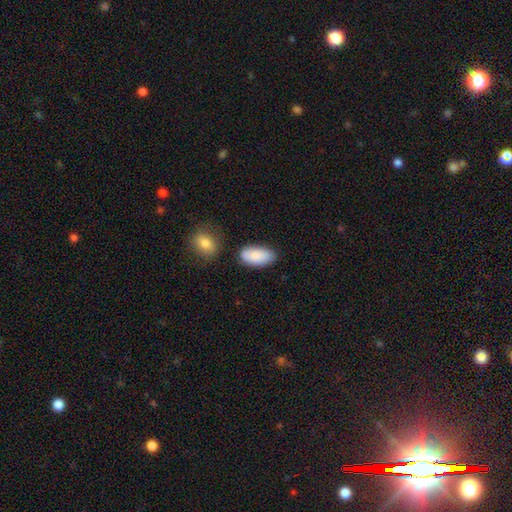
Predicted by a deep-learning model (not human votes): Smooth or featured? Predicted: smooth (p=0.85). How rounded? Predicted: in between (p=0.93). Merging? Predicted: none (p=0.71).